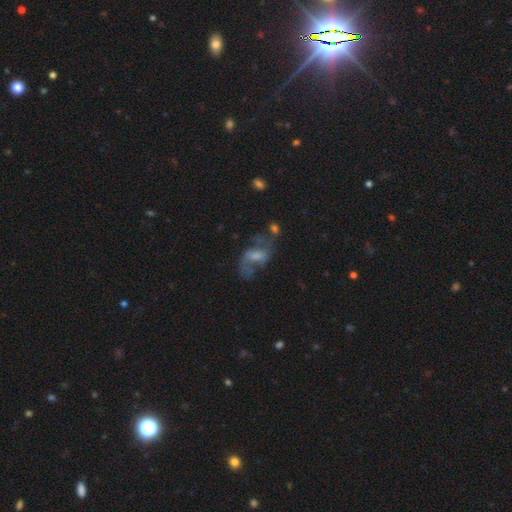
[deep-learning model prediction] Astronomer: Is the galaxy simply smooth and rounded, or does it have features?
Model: featured or disk — 66%.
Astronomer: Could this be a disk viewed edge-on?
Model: no — 95%.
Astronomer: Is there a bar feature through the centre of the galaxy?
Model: weak — 49% (runner-up: no, 34%).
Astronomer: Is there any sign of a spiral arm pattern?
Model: yes — 78%.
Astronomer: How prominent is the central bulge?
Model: moderate — 36% (runner-up: small, 33%).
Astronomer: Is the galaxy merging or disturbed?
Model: none — 48% (runner-up: major disturbance, 24%).